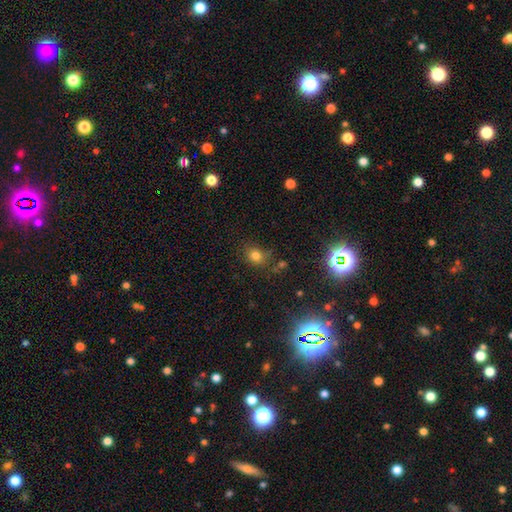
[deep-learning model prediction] Overall: smooth (76%). How rounded: round (64%; in between 34%). Merging: none (72%).